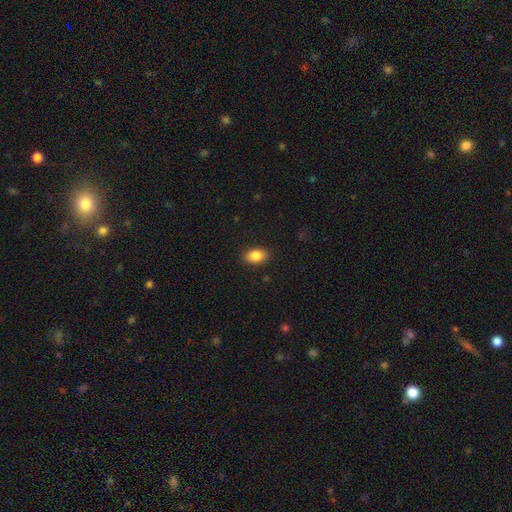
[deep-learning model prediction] A smooth galaxy with no disk features (86%) that is in between round and cigar-shaped (84%). Merging: none (89%).